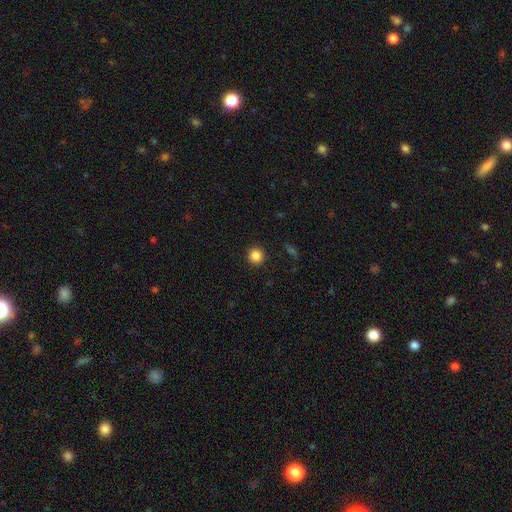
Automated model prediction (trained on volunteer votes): The model was most divided on "smooth or featured": smooth: 85%, star or artifact: 11%, featured or disk: 4%. More confident: how rounded — round (95%); merging — none (93%).